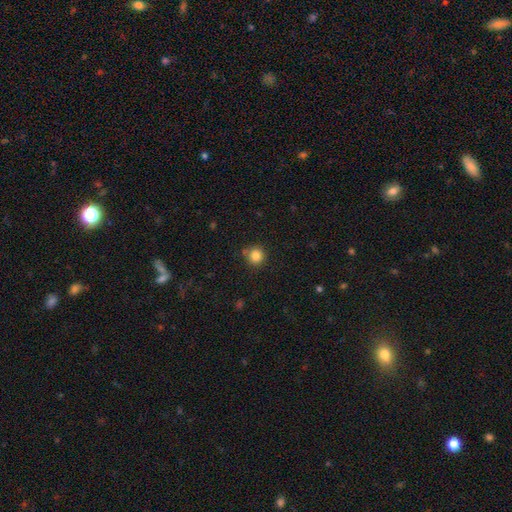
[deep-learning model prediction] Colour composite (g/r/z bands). It shows a smooth galaxy with no disk features (84%) that is round (93%). Merging: none (82%).